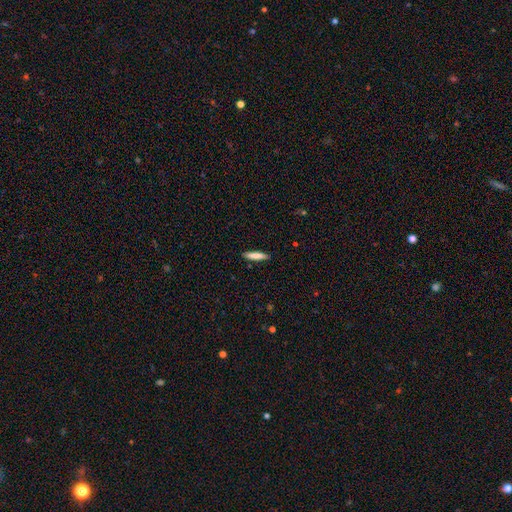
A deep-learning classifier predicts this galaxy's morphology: A smooth galaxy with no disk features (82%) that is cigar-shaped (88%).

Vote fractions:
- Smooth or featured? smooth: 82% / featured or disk: 12% / star or artifact: 6%
- How rounded? cigar-shaped: 88% / in between: 11% / round: 1%
- Merging? none: 90% / minor disturbance: 7% / major disturbance: 2% / merger: 1%